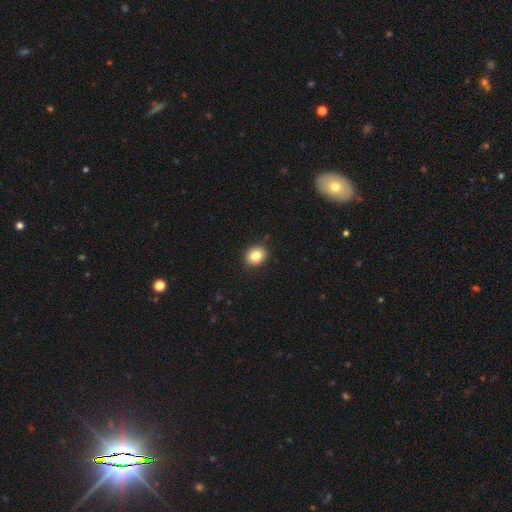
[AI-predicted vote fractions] Smooth or featured?
  - smooth: 85% *
  - star or artifact: 9%
  - featured or disk: 6%
How rounded?
  - round: 57% *
  - in between: 42%
  - cigar-shaped: 1%
Merging?
  - none: 90% *
  - minor disturbance: 7%
  - major disturbance: 2%
  - merger: 1%